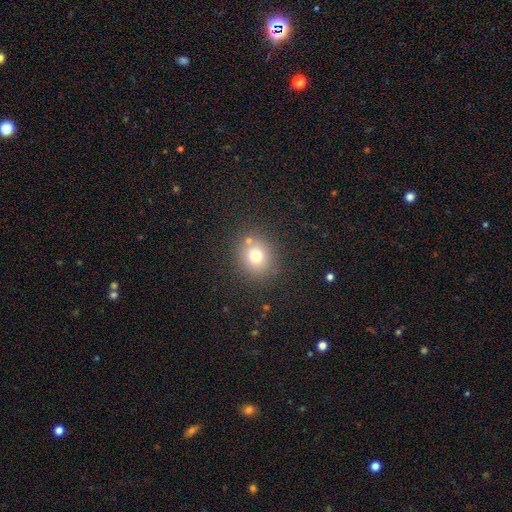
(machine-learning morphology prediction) A smooth galaxy with no disk features (73%) that is round (81%).

Vote fractions:
- Smooth or featured? smooth: 73% / star or artifact: 16% / featured or disk: 11%
- How rounded? round: 81% / in between: 18% / cigar-shaped: 1%
- Merging? none: 80% / minor disturbance: 9% / merger: 7% / major disturbance: 4%